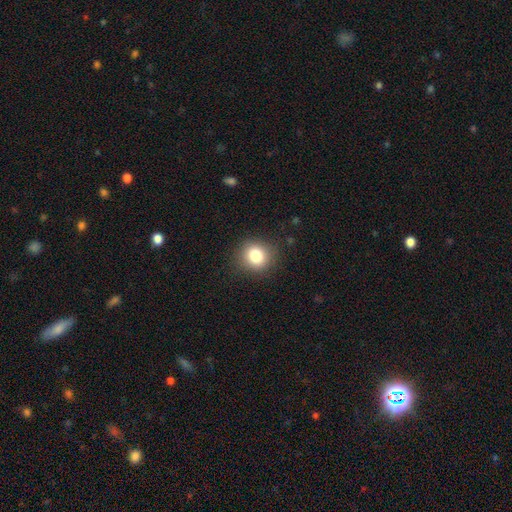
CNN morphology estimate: Smooth or featured? Predicted: smooth (p=0.83). How rounded? Predicted: round (p=0.82). Merging? Predicted: none (p=0.86).